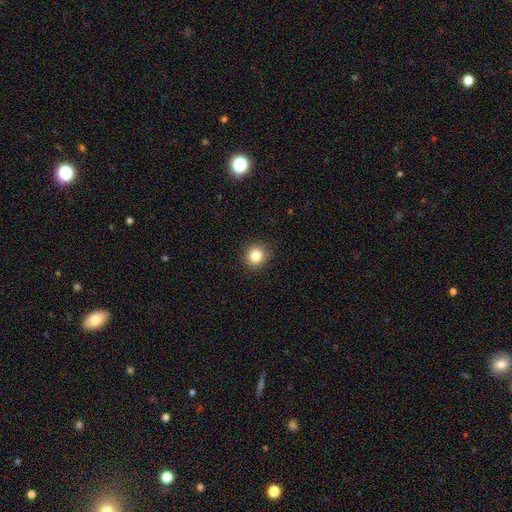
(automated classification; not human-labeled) This is clearly a smooth galaxy (83%). How rounded: clearly round (89%). Merging: clearly none (90%).